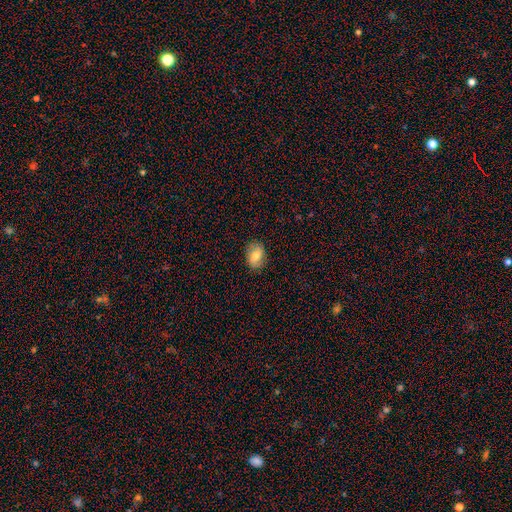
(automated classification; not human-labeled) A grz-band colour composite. It shows a smooth galaxy with no disk features (70%) that is in between round and cigar-shaped (77%). Merging: none (85%).